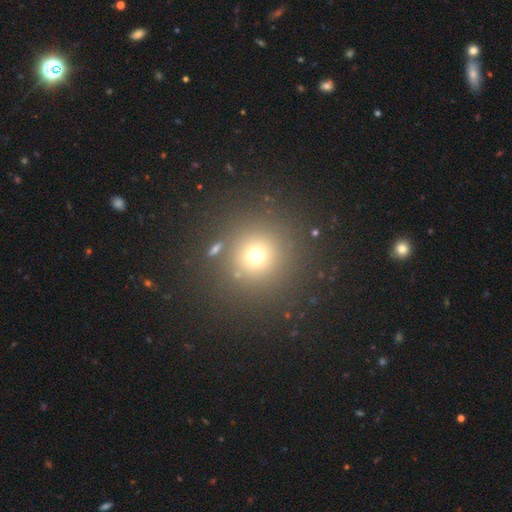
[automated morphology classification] This appears to be a smooth galaxy with no disk features (69%) that is round (94%). Merging: none (81%).